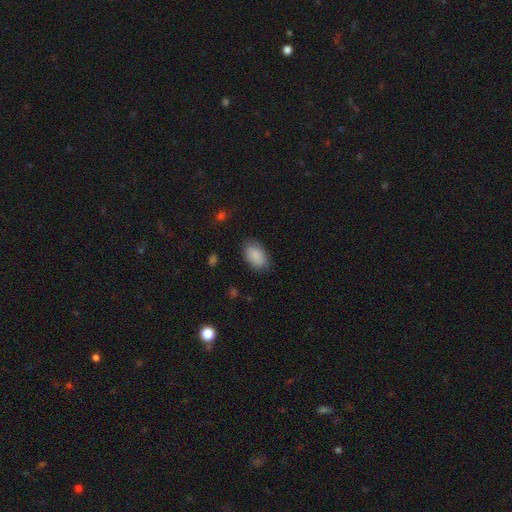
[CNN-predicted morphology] Smooth or featured? Predicted: smooth (p=0.87). How rounded? Predicted: in between (p=0.92). Merging? Predicted: none (p=0.80).